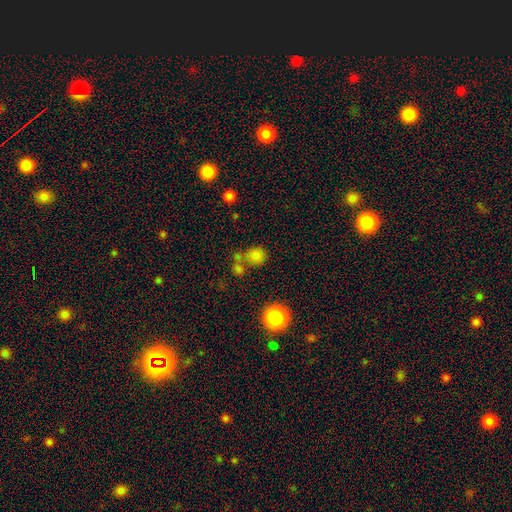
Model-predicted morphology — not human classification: smooth_or_featured: smooth (p=0.76) [alt: star or artifact p=0.17]
how_rounded: round (p=0.78) [alt: in between p=0.21]
merging: none (p=0.49) [alt: merger p=0.32]